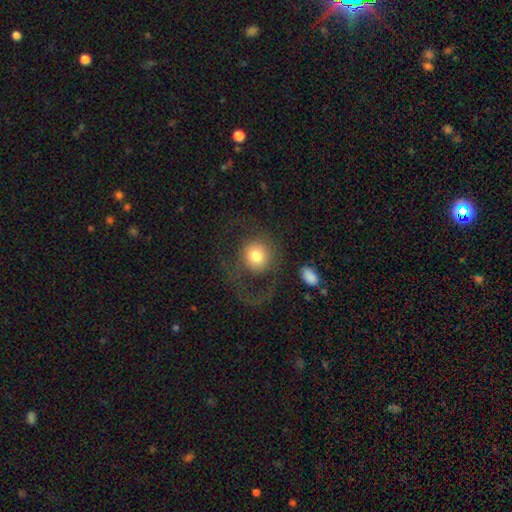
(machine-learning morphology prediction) The model was most divided on "merging": none: 46%, major disturbance: 39%, minor disturbance: 12%, merger: 3%. More confident: how rounded — round (89%); smooth or featured — smooth (67%).